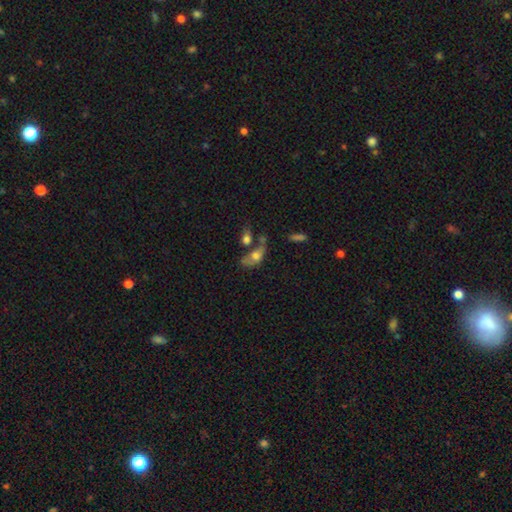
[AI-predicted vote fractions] Smooth or featured? Predicted: smooth (p=0.59). How rounded? Predicted: in between (p=0.83). Merging? Predicted: merger (p=0.37).